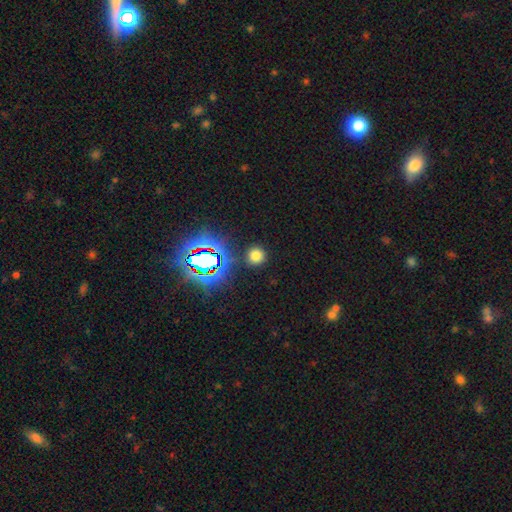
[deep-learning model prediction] Smooth or featured?
  - smooth: 69% *
  - star or artifact: 25%
  - featured or disk: 6%
How rounded?
  - round: 92% *
  - in between: 7%
  - cigar-shaped: 1%
Merging?
  - none: 87% *
  - minor disturbance: 7%
  - major disturbance: 3%
  - merger: 2%